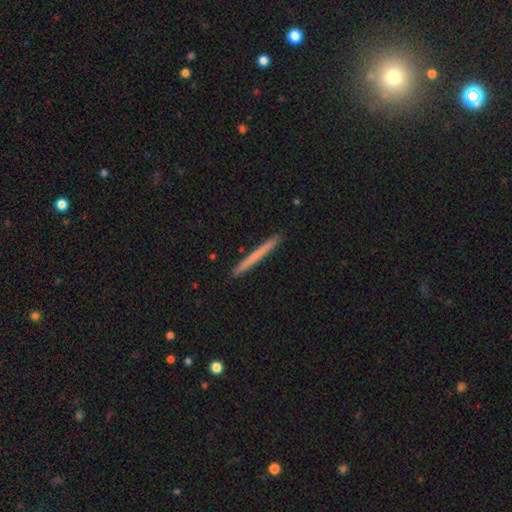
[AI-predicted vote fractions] Q: Smooth or featured?
A: smooth (62%); runner-up: featured or disk (33%)
Q: How rounded?
A: cigar-shaped (98%); runner-up: in between (1%)
Q: Merging?
A: none (93%); runner-up: minor disturbance (5%)